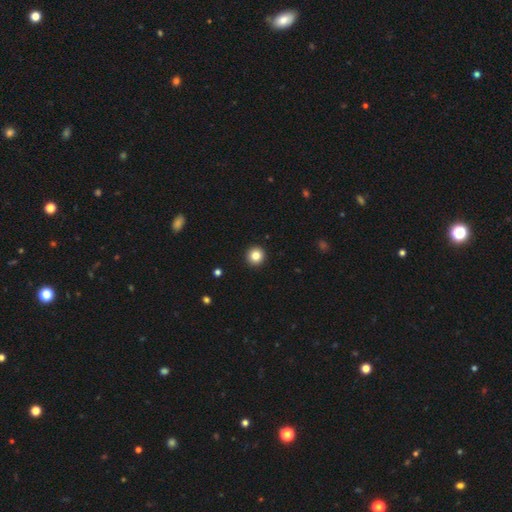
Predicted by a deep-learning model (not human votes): A smooth galaxy with no disk features (84%) that is round (95%). Merging: none (94%).